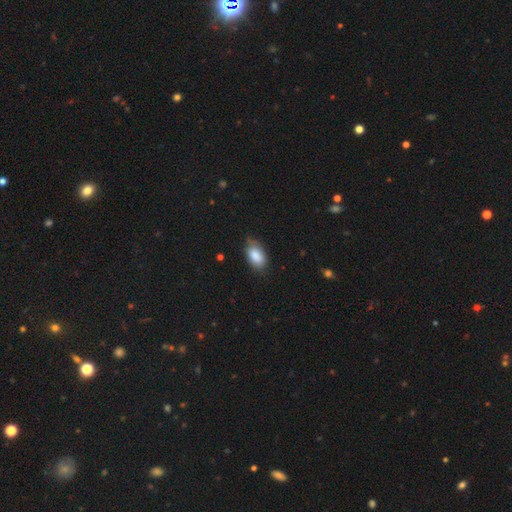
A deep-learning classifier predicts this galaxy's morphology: Smooth or featured? Predicted: smooth (p=0.86). How rounded? Predicted: in between (p=0.94). Merging? Predicted: none (p=0.72).